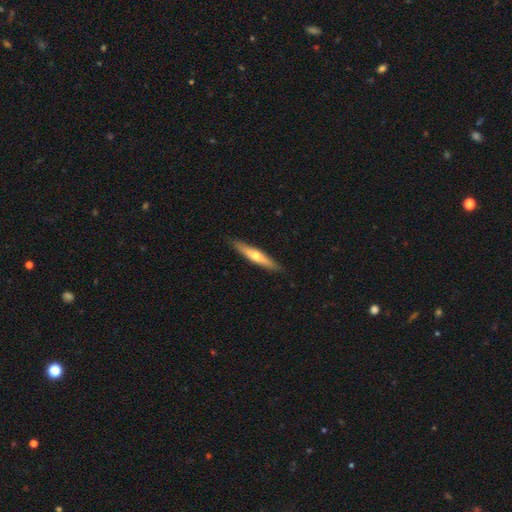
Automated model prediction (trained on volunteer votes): A featured or disk galaxy (50%) viewed edge-on (91%). Merging: none (89%).